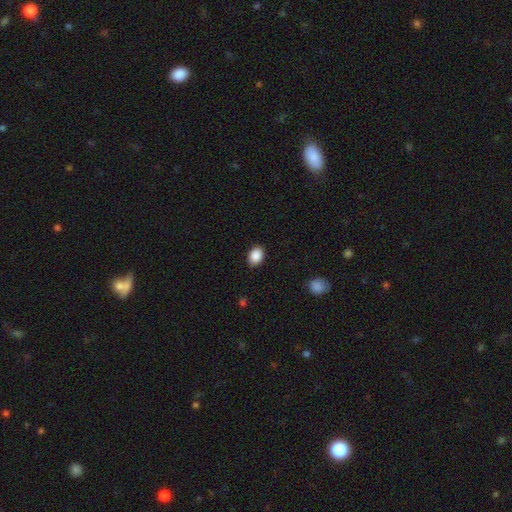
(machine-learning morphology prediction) The model was most divided on "how rounded": in between: 73%, round: 26%, cigar-shaped: 1%. More confident: smooth or featured — smooth (89%); merging — none (89%).